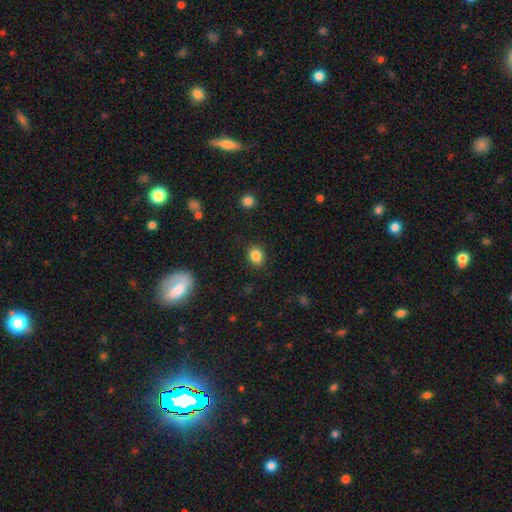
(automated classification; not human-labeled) Smooth or featured: smooth — 85% (star or artifact — 10%)
How rounded: round — 56% (in between — 43%)
Merging: none — 88% (minor disturbance — 9%)